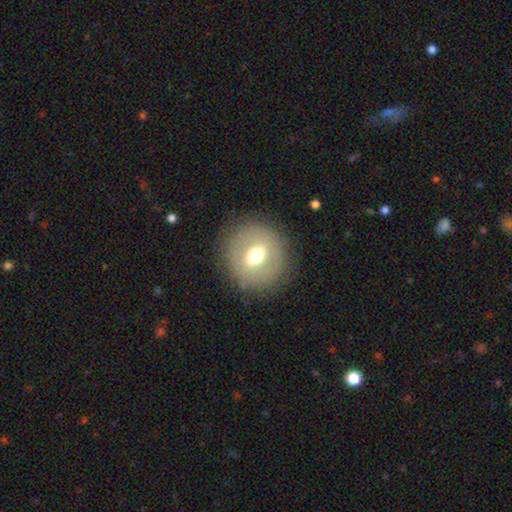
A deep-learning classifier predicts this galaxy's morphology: smooth 50%, featured or disk 40%, star or artifact 10%. Down the decision tree: how rounded — round (88%); merging — none (84%).